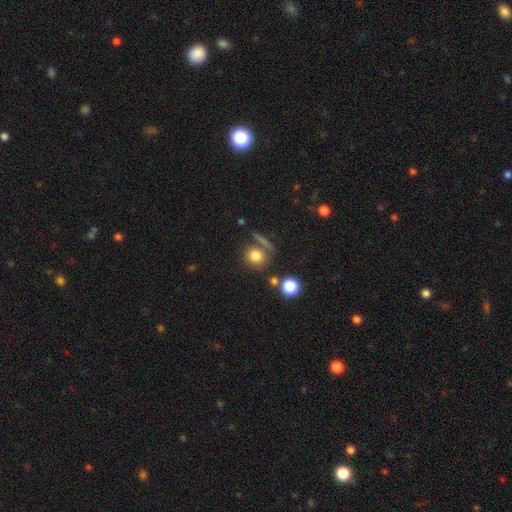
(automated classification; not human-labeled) smooth 78%, star or artifact 13%, featured or disk 9%. Down the decision tree: how rounded — round (81%); merging — none (68%).